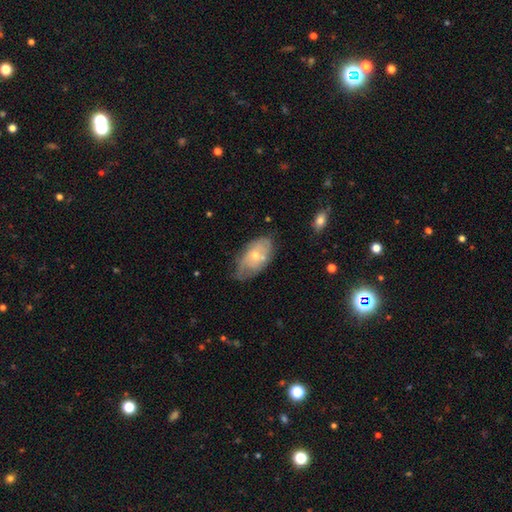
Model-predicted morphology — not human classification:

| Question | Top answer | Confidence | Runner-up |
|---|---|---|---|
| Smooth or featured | smooth | 49% | featured or disk (44%) |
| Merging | none | 47% | minor disturbance (35%) |